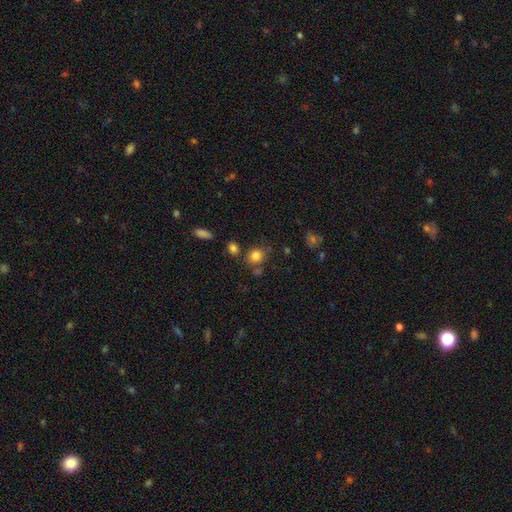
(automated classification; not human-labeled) The model was most divided on "how rounded": round: 76%, in between: 23%, cigar-shaped: 1%. More confident: smooth or featured — smooth (82%); merging — none (70%).